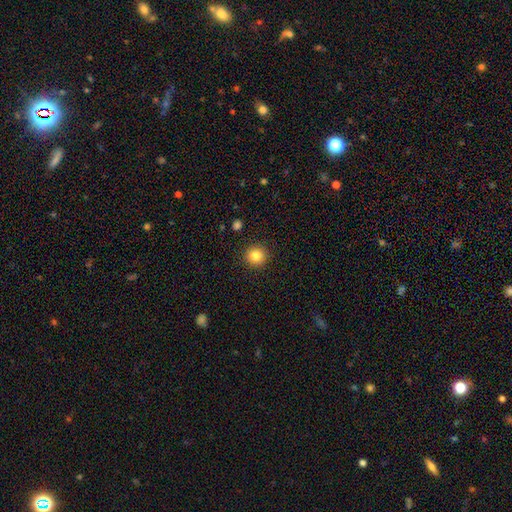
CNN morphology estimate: smooth-or-featured: smooth: 84% | star or artifact: 11% | featured or disk: 6%
  how-rounded: round: 93% | in between: 6% | cigar-shaped: 1%
  merging: none: 92% | minor disturbance: 5% | major disturbance: 2% | merger: 1%